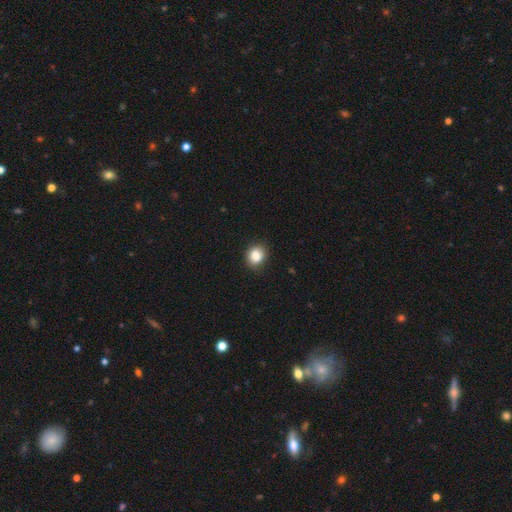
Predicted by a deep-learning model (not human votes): smooth 86%, star or artifact 9%, featured or disk 5%. Down the decision tree: how rounded — round (59%); merging — none (83%).